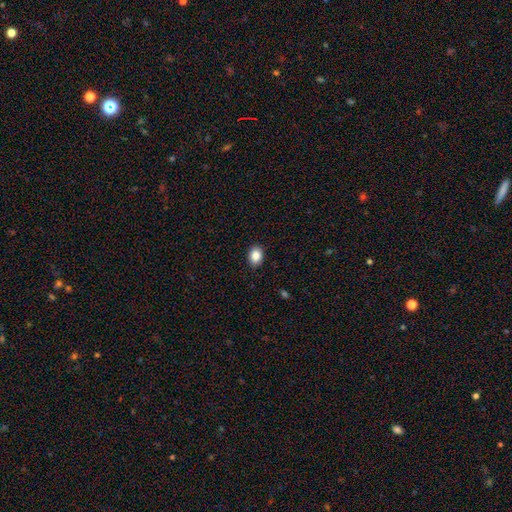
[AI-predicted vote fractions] Overall: smooth (87%). How rounded: in between (68%; round 31%). Merging: none (89%).